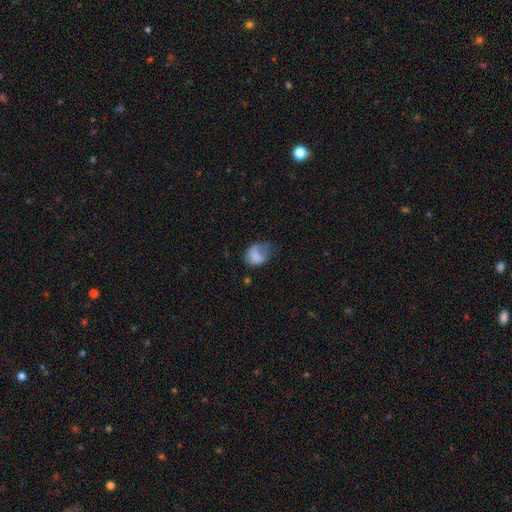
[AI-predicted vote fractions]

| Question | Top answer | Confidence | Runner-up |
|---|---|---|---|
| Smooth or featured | smooth | 72% | featured or disk (19%) |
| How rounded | in between | 59% | round (40%) |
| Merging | major disturbance | 41% | minor disturbance (32%) |